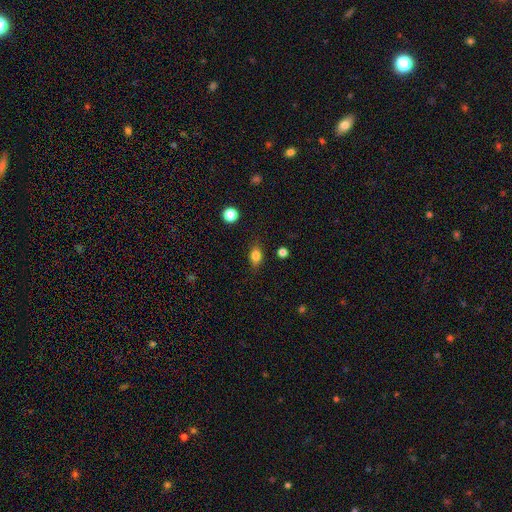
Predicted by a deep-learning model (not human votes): smooth 81%, star or artifact 11%, featured or disk 9%. Down the decision tree: how rounded — in between (67%); merging — none (80%).